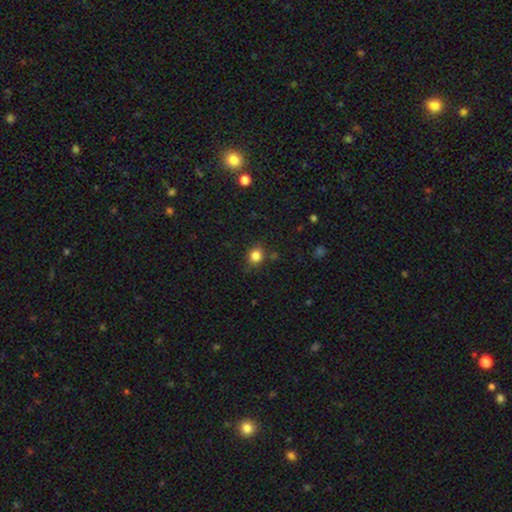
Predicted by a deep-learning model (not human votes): smooth_or_featured: smooth (p=0.83) [alt: star or artifact p=0.12]
how_rounded: round (p=0.71) [alt: in between p=0.28]
merging: none (p=0.83) [alt: minor disturbance p=0.11]